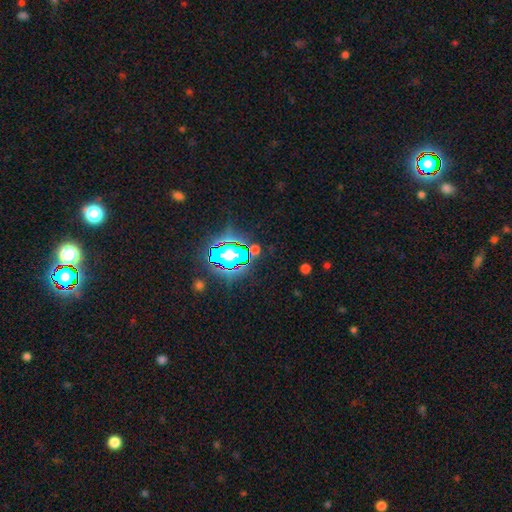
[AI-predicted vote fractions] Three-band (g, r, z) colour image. It shows a star or artifact, not a galaxy (81%).